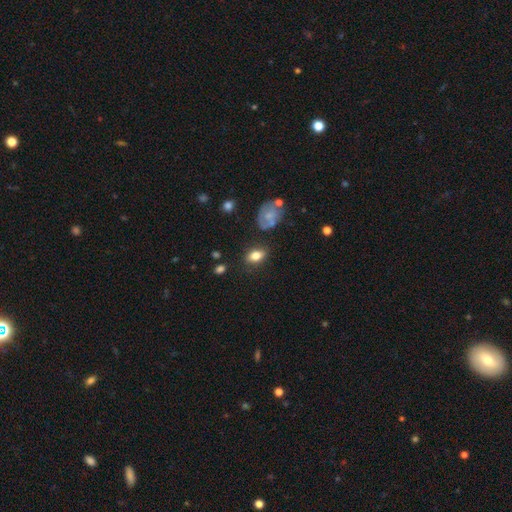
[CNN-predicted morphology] This appears to be a smooth galaxy with no disk features (79%) that is in between round and cigar-shaped (83%). Merging: none (79%).